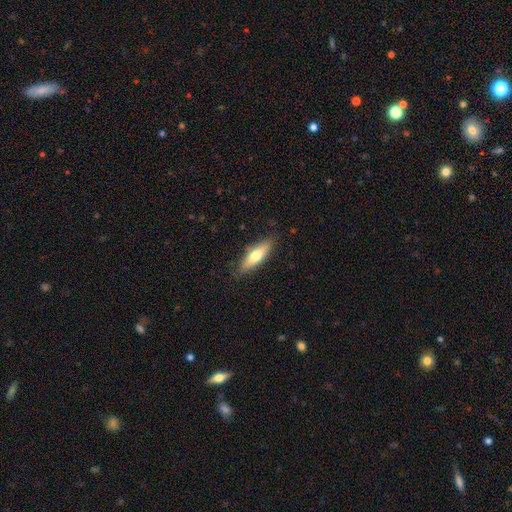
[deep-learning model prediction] smooth-or-featured: smooth: 66% | featured or disk: 28% | star or artifact: 6%
  how-rounded: cigar-shaped: 52% | in between: 46% | round: 2%
  merging: none: 84% | minor disturbance: 12% | major disturbance: 3% | merger: 1%